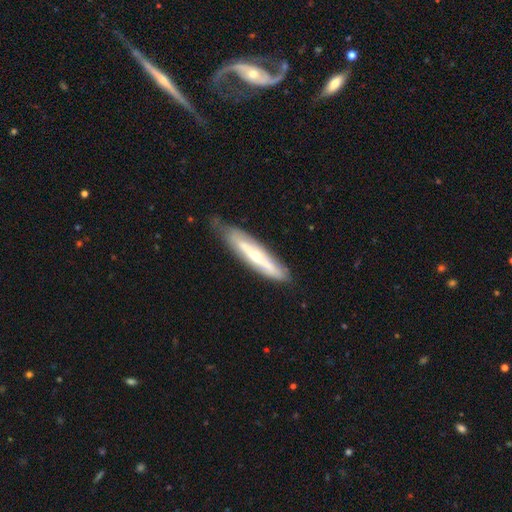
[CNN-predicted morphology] featured or disk 61%, smooth 31%, star or artifact 8%. Down the decision tree: edge-on disk — yes (67%); merging — none (77%).